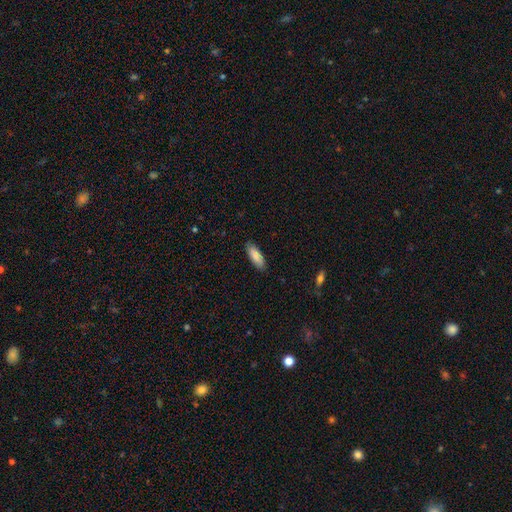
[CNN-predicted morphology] Smooth or featured: smooth — 87% (featured or disk — 7%)
How rounded: in between — 64% (cigar-shaped — 35%)
Merging: none — 86% (minor disturbance — 11%)